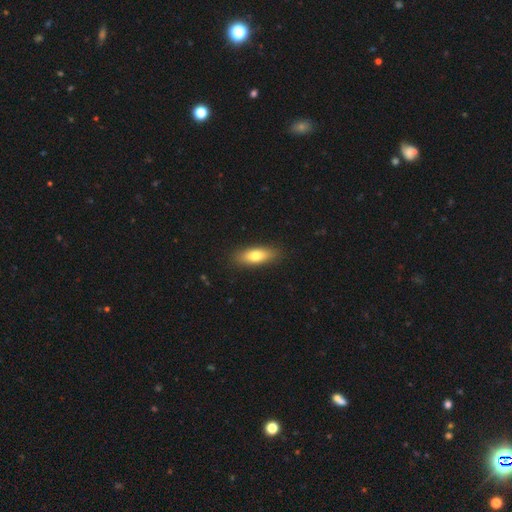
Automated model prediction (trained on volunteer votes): Overall: smooth (75%). How rounded: in between (69%). Merging: none (87%).